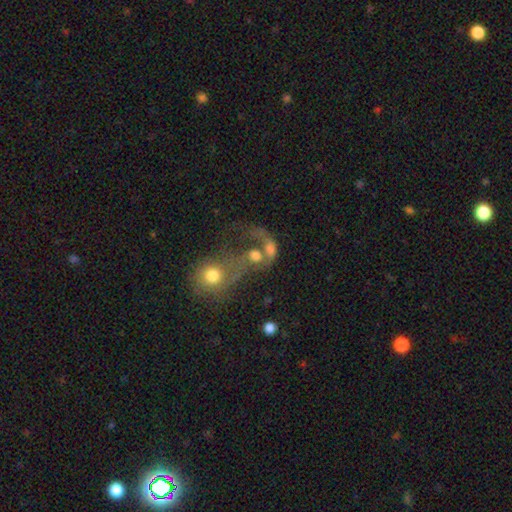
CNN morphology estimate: Smooth or featured? Predicted: smooth (p=0.54). How rounded? Predicted: in between (p=0.55). Merging? Predicted: merger (p=0.63).